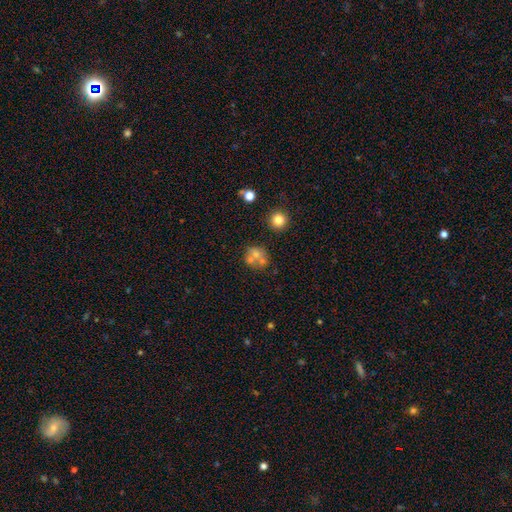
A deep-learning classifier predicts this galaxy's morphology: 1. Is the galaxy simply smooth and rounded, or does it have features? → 57% smooth, 28% featured or disk, 15% star or artifact.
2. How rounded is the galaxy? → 72% round, 27% in between, 1% cigar-shaped.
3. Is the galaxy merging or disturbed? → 46% merger, 38% none, 10% minor disturbance, 7% major disturbance.